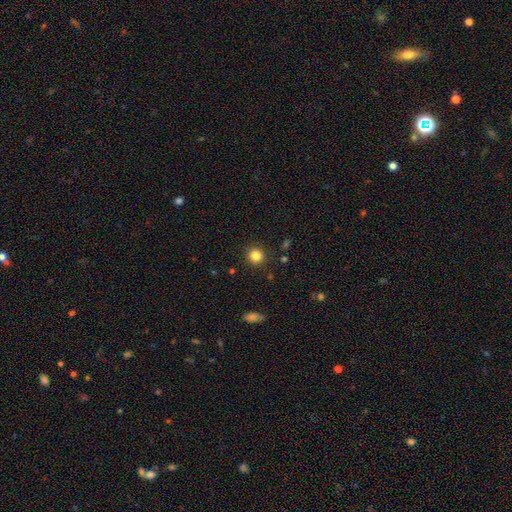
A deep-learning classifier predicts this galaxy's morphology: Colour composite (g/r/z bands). It shows a smooth galaxy with no disk features (84%) that is round (92%). Merging: none (91%).